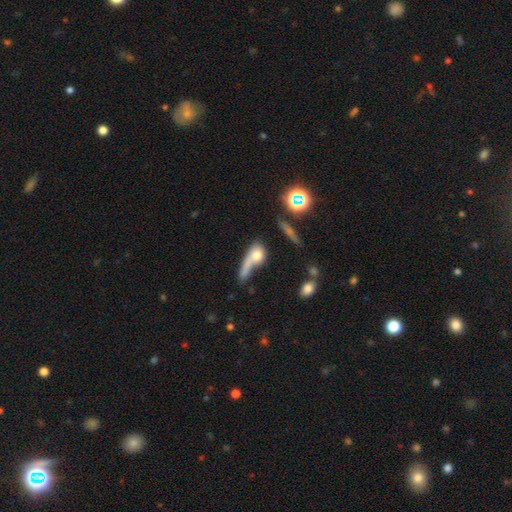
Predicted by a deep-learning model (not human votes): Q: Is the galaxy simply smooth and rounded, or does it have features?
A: smooth — 59%.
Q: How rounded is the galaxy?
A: in between — 40%.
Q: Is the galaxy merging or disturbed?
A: merger — 31%.